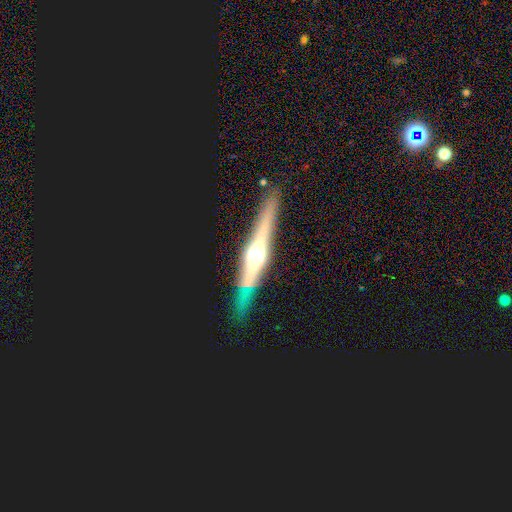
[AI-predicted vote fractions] Smooth or featured?
  - featured or disk: 74% *
  - smooth: 19%
  - star or artifact: 7%
Edge-on disk?
  - yes: 96% *
  - no: 4%
Edge-on bulge?
  - rounded: 90% *
  - boxy: 6%
  - none: 3%
Merging?
  - none: 86% *
  - minor disturbance: 9%
  - major disturbance: 2%
  - merger: 2%